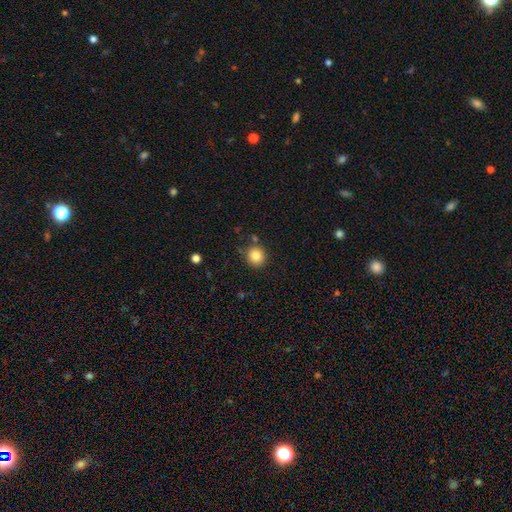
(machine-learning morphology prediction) A smooth galaxy with no disk features (84%) that is round (91%). Merging: none (83%).